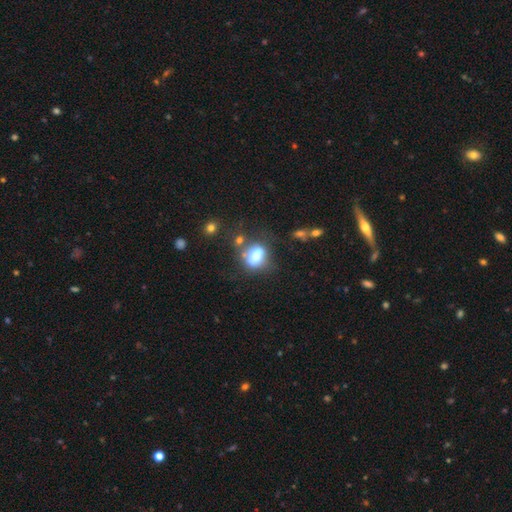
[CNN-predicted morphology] Q: Smooth or featured?
A: smooth (74%); runner-up: featured or disk (15%)
Q: How rounded?
A: in between (64%); runner-up: round (34%)
Q: Merging?
A: none (41%); runner-up: minor disturbance (25%)